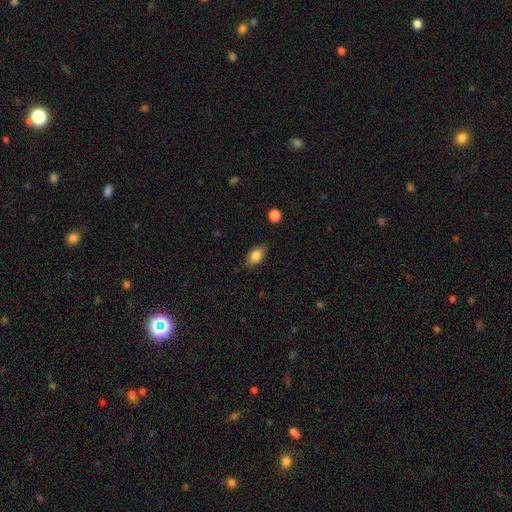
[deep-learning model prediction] Morphology: type=smooth (84%); roundness=in between (87%); merging=none (84%).